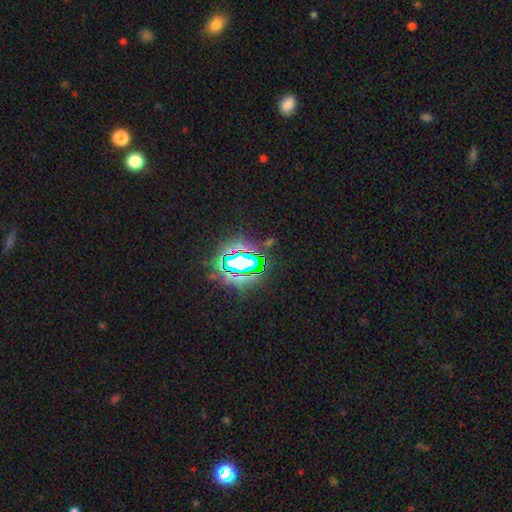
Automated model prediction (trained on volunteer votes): Smooth or featured?
  - star or artifact: 80% *
  - smooth: 12%
  - featured or disk: 8%